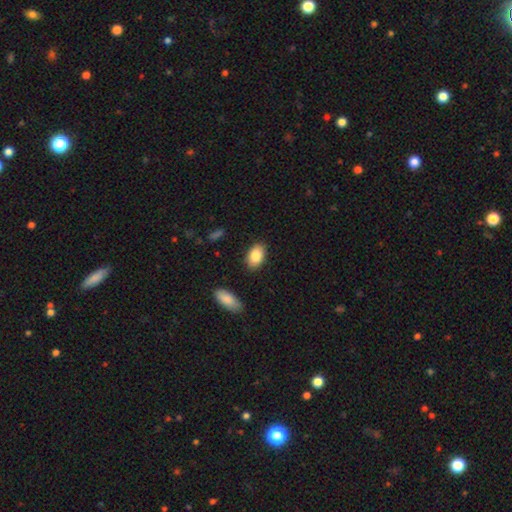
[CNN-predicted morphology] A smooth galaxy with no disk features (87%) that is in between round and cigar-shaped (92%).

Vote fractions:
- Smooth or featured? smooth: 87% / featured or disk: 7% / star or artifact: 7%
- How rounded? in between: 92% / round: 7% / cigar-shaped: 2%
- Merging? none: 86% / minor disturbance: 10% / major disturbance: 2% / merger: 2%